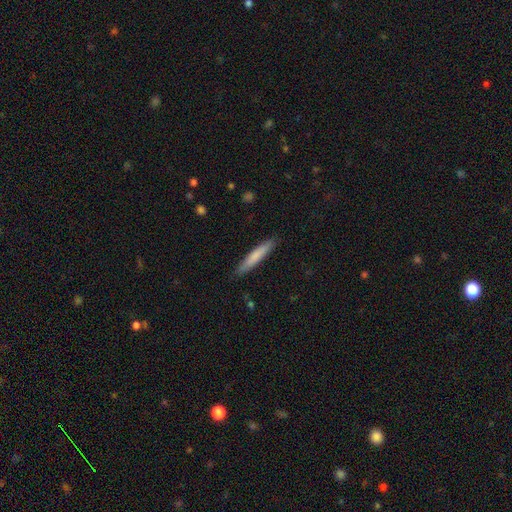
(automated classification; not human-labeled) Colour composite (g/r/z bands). It shows a smooth galaxy with no disk features (74%) that is cigar-shaped (94%). Merging: none (89%).